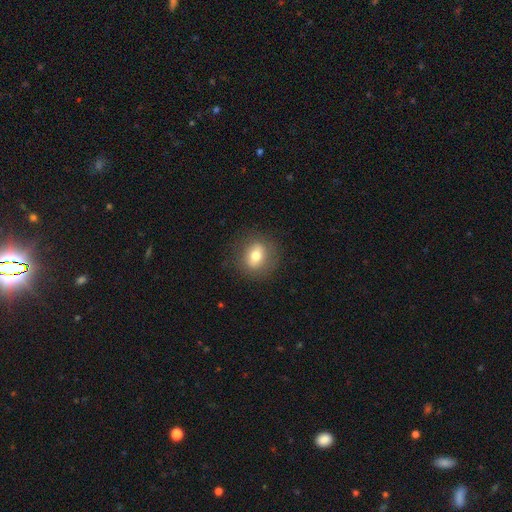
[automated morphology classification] Smooth or featured? Predicted: smooth (p=0.69). How rounded? Predicted: round (p=0.59). Merging? Predicted: none (p=0.85).